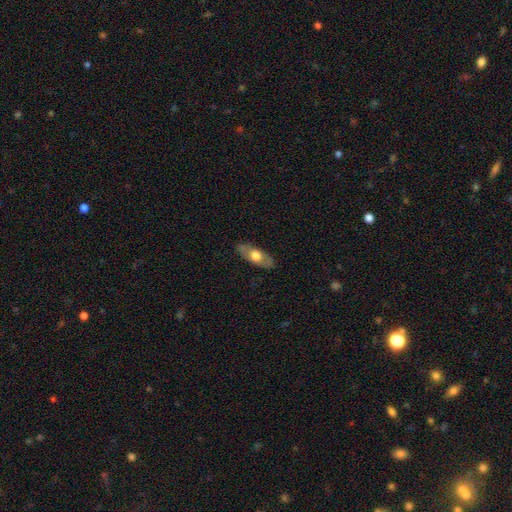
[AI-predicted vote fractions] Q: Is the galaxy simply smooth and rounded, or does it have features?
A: smooth — 54%.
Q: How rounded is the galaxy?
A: in between — 75%.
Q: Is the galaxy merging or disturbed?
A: none — 85%.